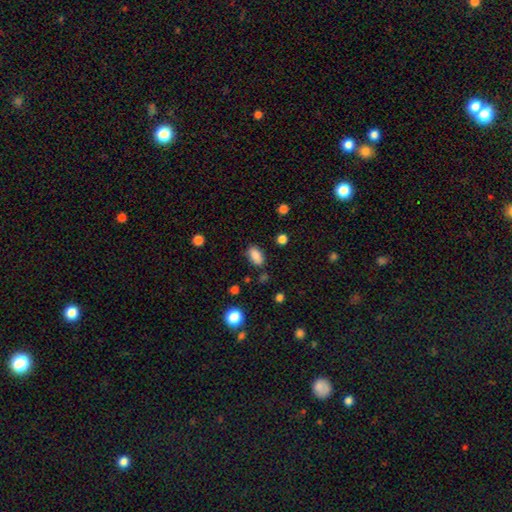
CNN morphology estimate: type=smooth (87%); roundness=in between (91%); merging=none (81%).